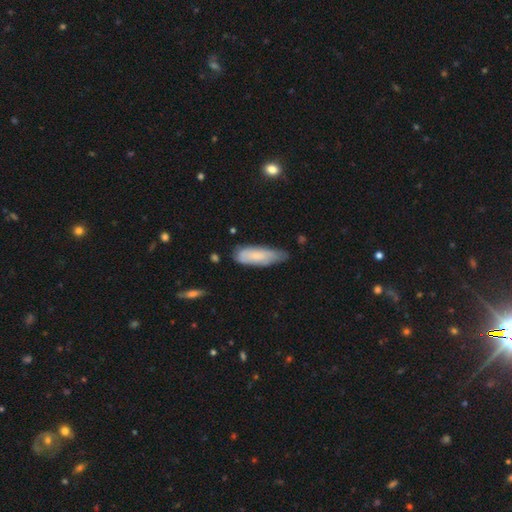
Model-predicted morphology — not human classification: This appears to be a smooth galaxy with no disk features (70%) that is in between round and cigar-shaped (52%). Merging: none (57%).